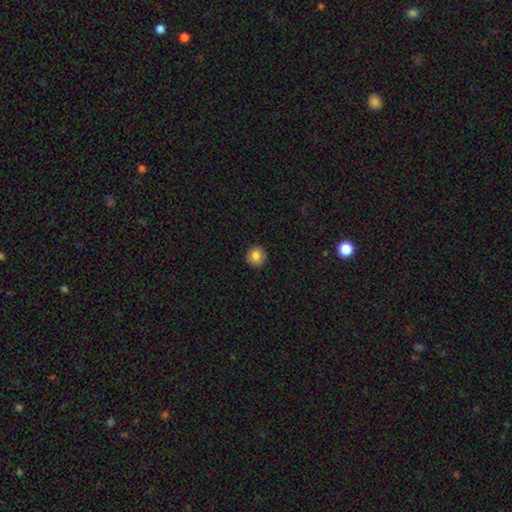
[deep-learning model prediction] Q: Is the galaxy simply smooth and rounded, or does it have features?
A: smooth — 84%.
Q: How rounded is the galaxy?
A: round — 95%.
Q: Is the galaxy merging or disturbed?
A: none — 91%.